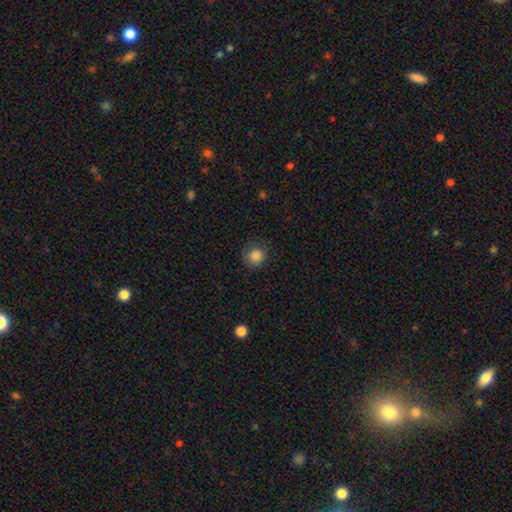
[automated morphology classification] Smooth or featured? Predicted: smooth (p=0.85). How rounded? Predicted: round (p=0.91). Merging? Predicted: none (p=0.79).